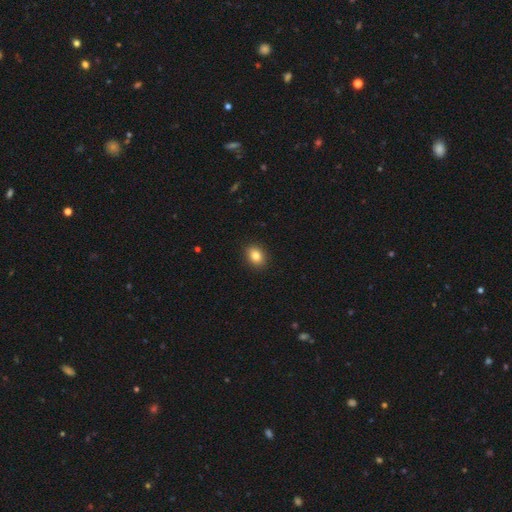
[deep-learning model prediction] A smooth galaxy with no disk features (83%) that is in between round and cigar-shaped (58%). Merging: none (91%).